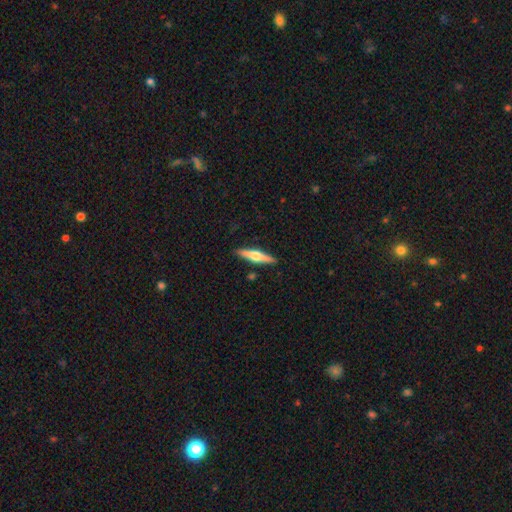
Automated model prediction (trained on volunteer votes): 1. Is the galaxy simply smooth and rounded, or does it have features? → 59% featured or disk, 35% smooth, 5% star or artifact.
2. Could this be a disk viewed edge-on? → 97% yes, 3% no.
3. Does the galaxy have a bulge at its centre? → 92% rounded, 5% boxy, 3% none.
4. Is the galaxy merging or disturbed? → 90% none, 7% minor disturbance, 2% major disturbance, 2% merger.